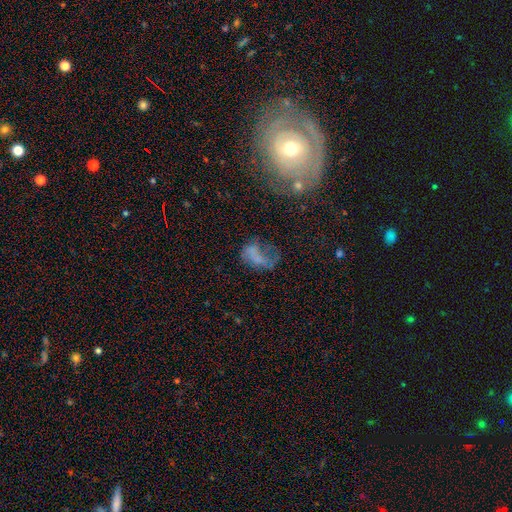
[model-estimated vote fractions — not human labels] Smooth or featured?
  - smooth: 45% *
  - featured or disk: 36%
  - star or artifact: 19%
Merging?
  - major disturbance: 44% *
  - none: 27%
  - minor disturbance: 20%
  - merger: 8%